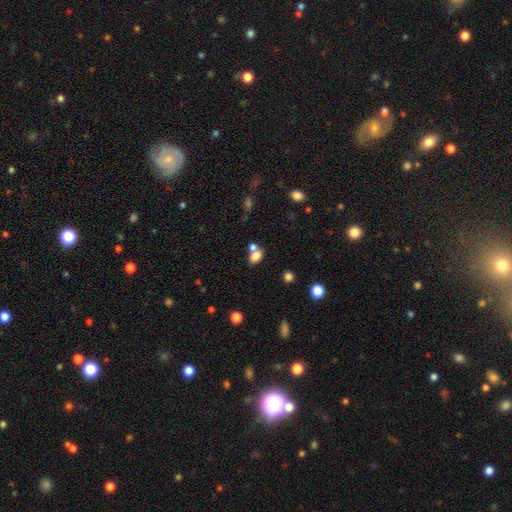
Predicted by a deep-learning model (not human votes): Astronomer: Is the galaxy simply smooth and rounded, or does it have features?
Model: smooth — 79%.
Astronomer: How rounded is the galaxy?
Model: in between — 81%.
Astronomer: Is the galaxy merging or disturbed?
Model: none — 45% (runner-up: merger, 40%).